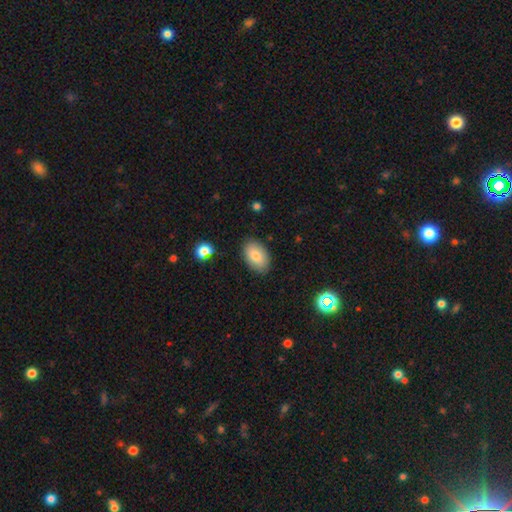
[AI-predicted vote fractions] Smooth or featured? Predicted: smooth (p=0.81). How rounded? Predicted: in between (p=0.92). Merging? Predicted: none (p=0.85).